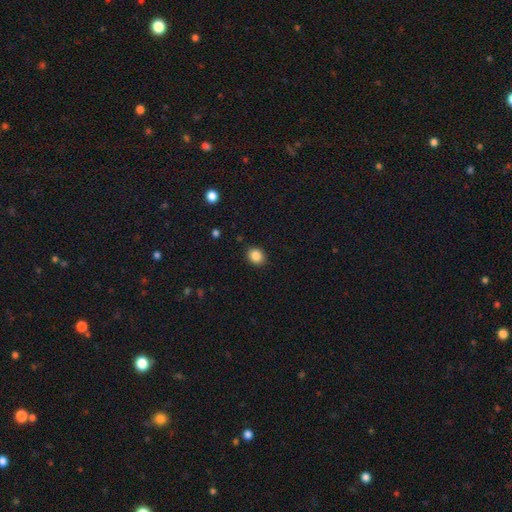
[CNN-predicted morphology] The model was most divided on "how rounded": round: 62%, in between: 37%, cigar-shaped: 1%. More confident: merging — none (89%); smooth or featured — smooth (86%).